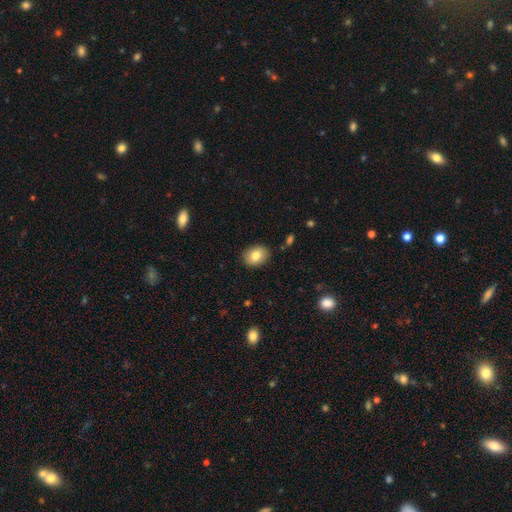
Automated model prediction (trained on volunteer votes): Smooth or featured? smooth (83%)
How rounded? in between (62%)
Merging? none (87%)